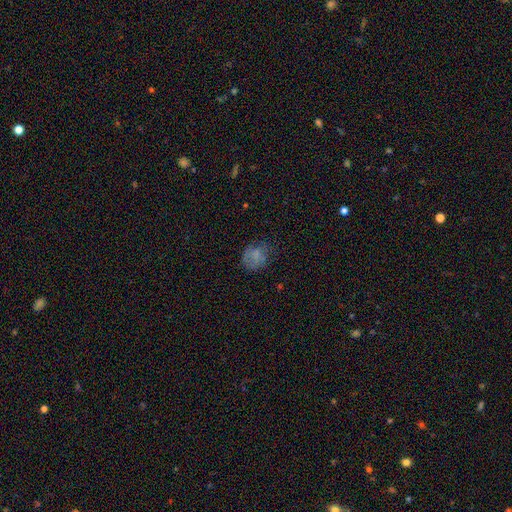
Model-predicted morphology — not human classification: This appears to be a smooth galaxy with no disk features (66%) that is round (61%). Merging: none (55%).